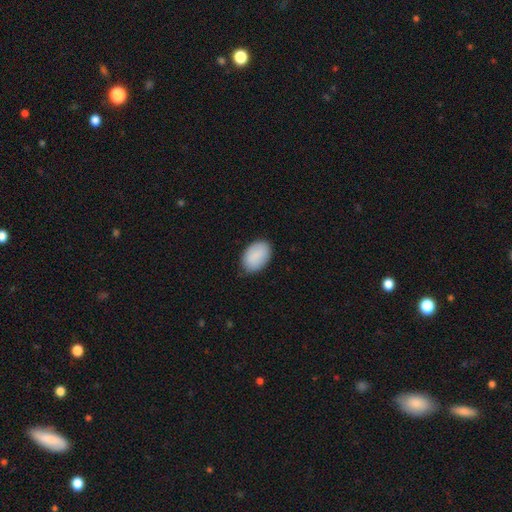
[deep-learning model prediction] This appears to be a smooth galaxy with no disk features (88%) that is in between round and cigar-shaped (89%). Merging: none (81%).